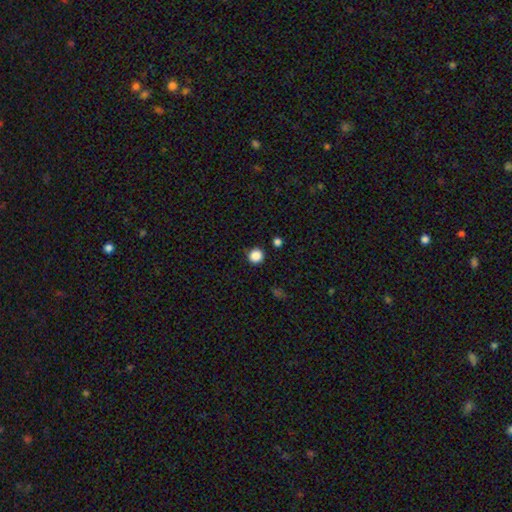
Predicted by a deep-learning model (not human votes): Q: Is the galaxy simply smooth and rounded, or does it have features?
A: smooth — 87%.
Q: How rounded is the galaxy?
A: round — 94%.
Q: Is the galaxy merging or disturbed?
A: none — 90%.